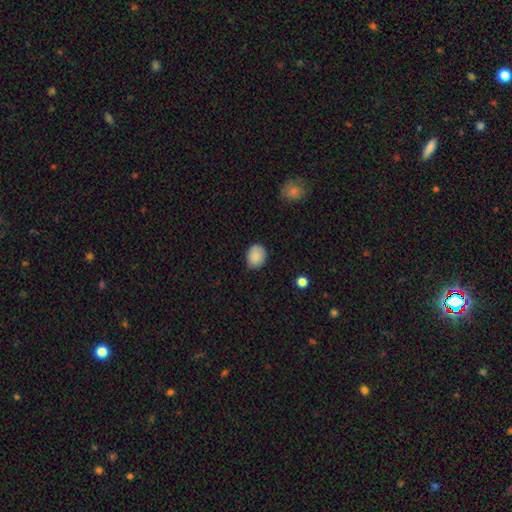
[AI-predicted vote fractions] Smooth or featured? Predicted: smooth (p=0.88). How rounded? Predicted: in between (p=0.52). Merging? Predicted: none (p=0.77).